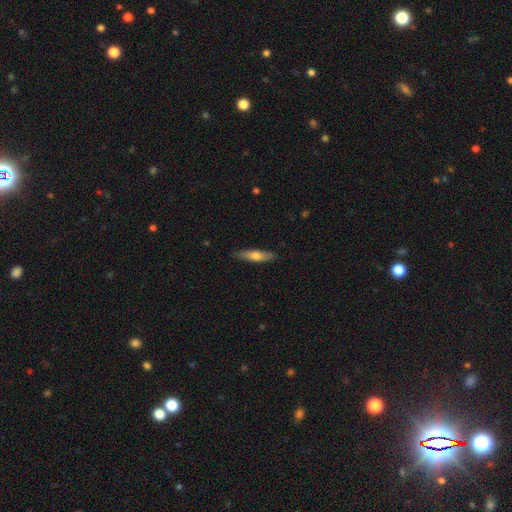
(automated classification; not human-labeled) smooth-or-featured: smooth: 59% | featured or disk: 36% | star or artifact: 6%
  how-rounded: cigar-shaped: 79% | in between: 19% | round: 2%
  merging: none: 88% | minor disturbance: 9% | major disturbance: 2% | merger: 1%